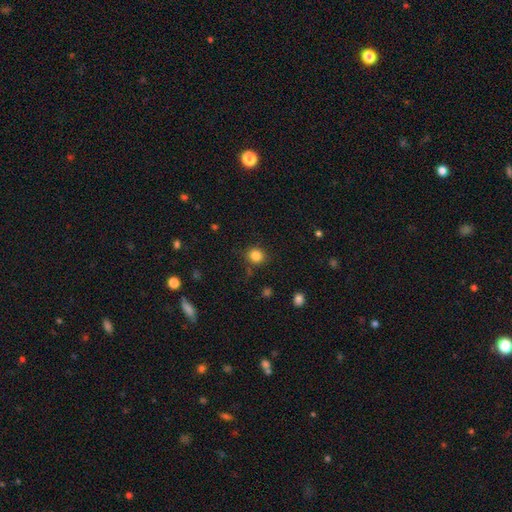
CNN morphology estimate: type=smooth (84%); roundness=round (81%); merging=none (85%).